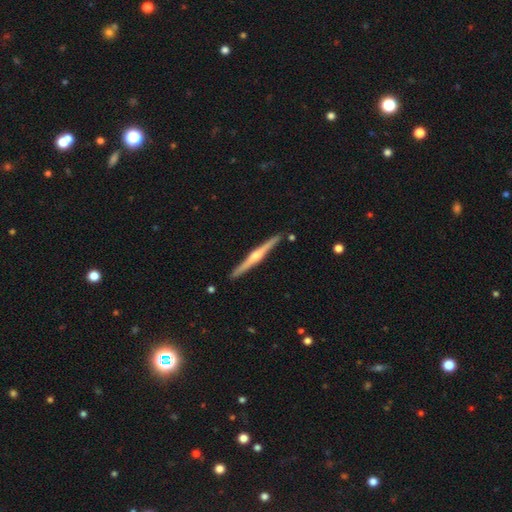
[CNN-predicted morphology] Q: Smooth or featured?
A: featured or disk (80%); runner-up: smooth (16%)
Q: Edge-on disk?
A: yes (98%); runner-up: no (2%)
Q: Edge-on bulge?
A: rounded (88%); runner-up: none (7%)
Q: Merging?
A: none (91%); runner-up: minor disturbance (6%)